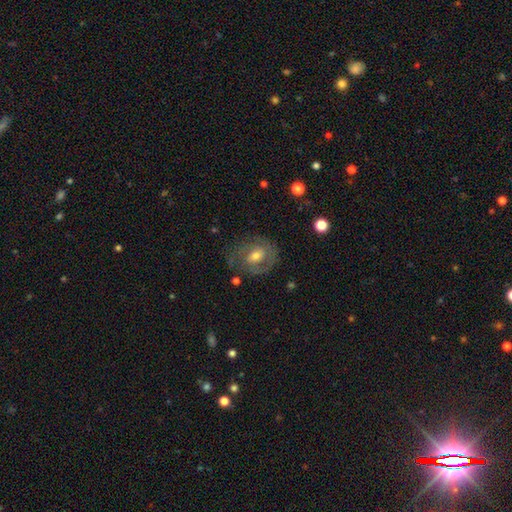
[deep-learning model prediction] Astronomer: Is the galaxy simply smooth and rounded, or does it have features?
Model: featured or disk — 64%.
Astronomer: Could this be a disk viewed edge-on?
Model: no — 96%.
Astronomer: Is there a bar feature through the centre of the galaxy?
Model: no — 46% (runner-up: weak, 42%).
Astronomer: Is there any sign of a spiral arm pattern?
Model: yes — 68%.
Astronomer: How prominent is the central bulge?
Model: moderate — 64%.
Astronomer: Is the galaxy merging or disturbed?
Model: none — 70%.